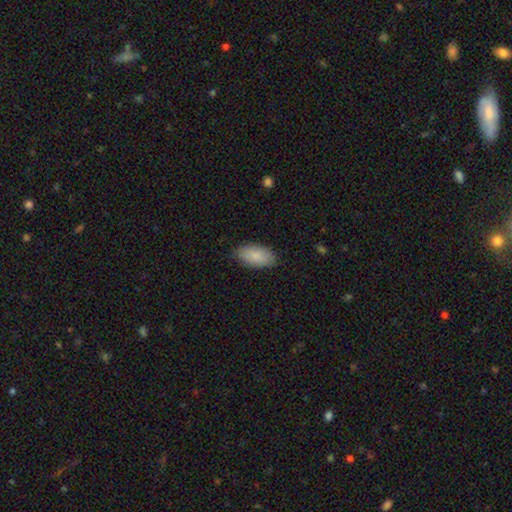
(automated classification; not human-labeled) smooth 88%, featured or disk 6%, star or artifact 6%. Down the decision tree: how rounded — in between (94%); merging — none (84%).